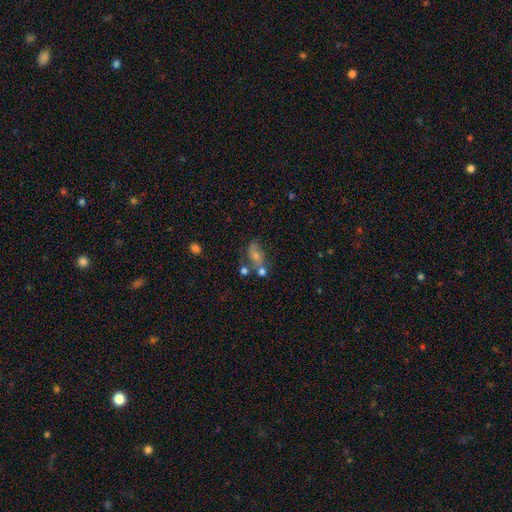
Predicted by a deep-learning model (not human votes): This appears to be a smooth galaxy with no disk features (41%). Merging: none (47%).